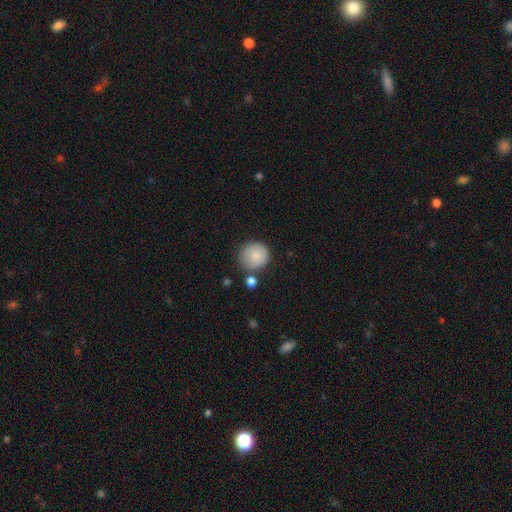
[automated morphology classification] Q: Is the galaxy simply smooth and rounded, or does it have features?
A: smooth — 84%.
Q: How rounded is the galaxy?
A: round — 90%.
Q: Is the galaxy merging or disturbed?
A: none — 74%.